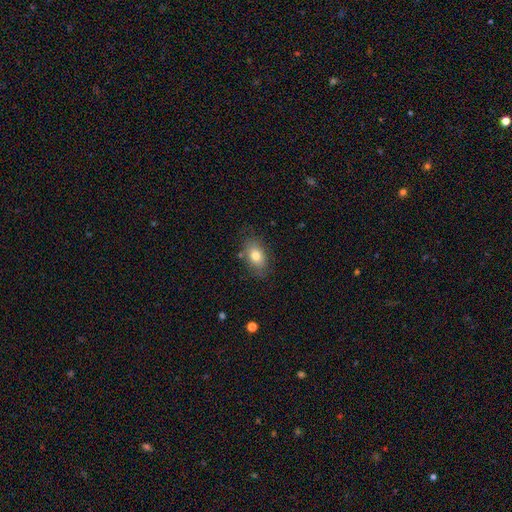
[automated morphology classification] smooth_or_featured: smooth (p=0.77) [alt: featured or disk p=0.15]
how_rounded: in between (p=0.85) [alt: round p=0.14]
merging: none (p=0.77) [alt: minor disturbance p=0.16]